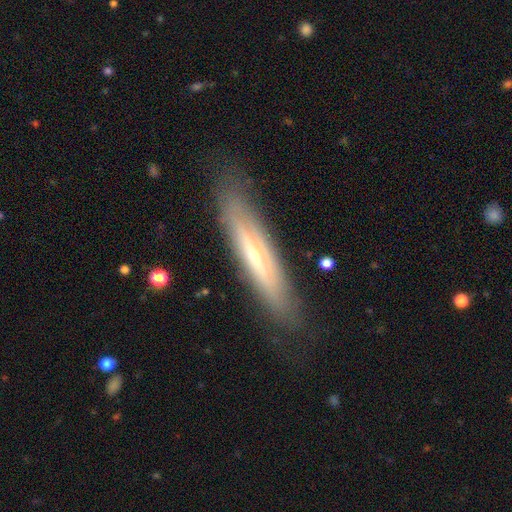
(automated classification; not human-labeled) Overall: featured or disk (63%; smooth 30%). Edge-on disk: yes (75%). Merging: none (82%).